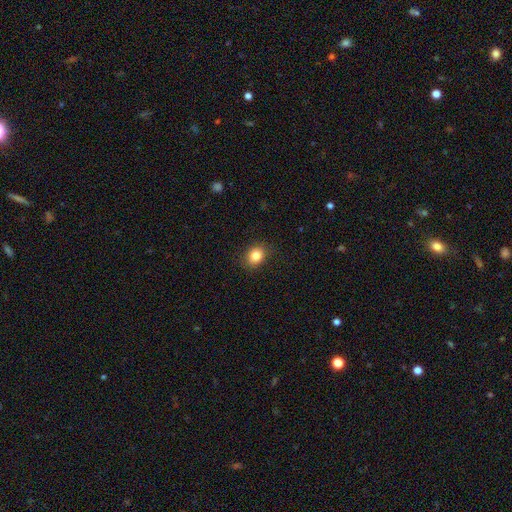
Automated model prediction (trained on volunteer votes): Q: Smooth or featured?
A: smooth (84%); runner-up: star or artifact (10%)
Q: How rounded?
A: round (57%); runner-up: in between (42%)
Q: Merging?
A: none (87%); runner-up: minor disturbance (9%)